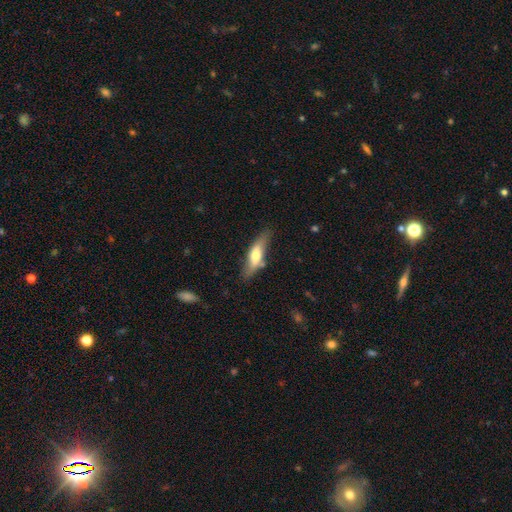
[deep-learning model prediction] Smooth or featured? Predicted: smooth (p=0.56). How rounded? Predicted: cigar-shaped (p=0.53). Merging? Predicted: none (p=0.71).